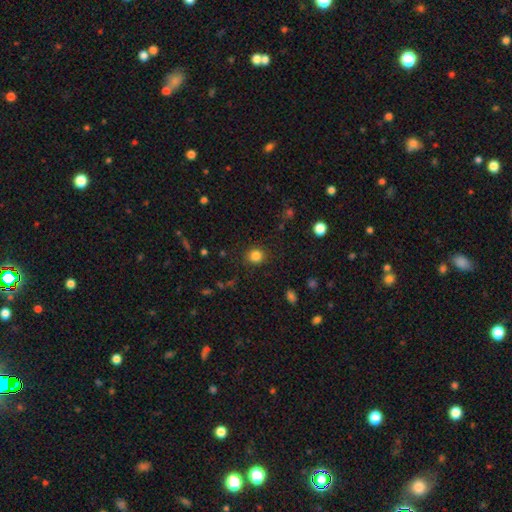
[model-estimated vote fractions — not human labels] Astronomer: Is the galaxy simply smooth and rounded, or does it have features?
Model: smooth — 84%.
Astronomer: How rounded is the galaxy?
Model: round — 86%.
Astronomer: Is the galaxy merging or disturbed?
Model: none — 88%.